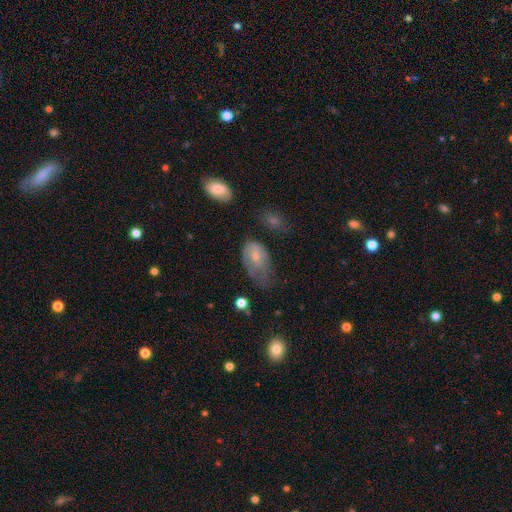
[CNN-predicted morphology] type=smooth (60%); roundness=in between (86%); merging=major disturbance (38%).